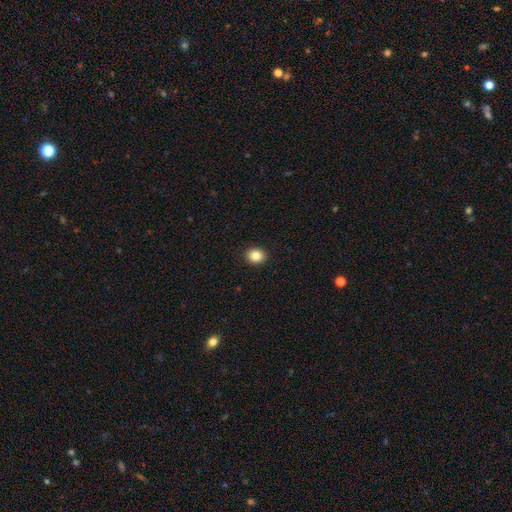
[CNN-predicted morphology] smooth 84%, star or artifact 10%, featured or disk 6%. Down the decision tree: how rounded — round (61%); merging — none (92%).